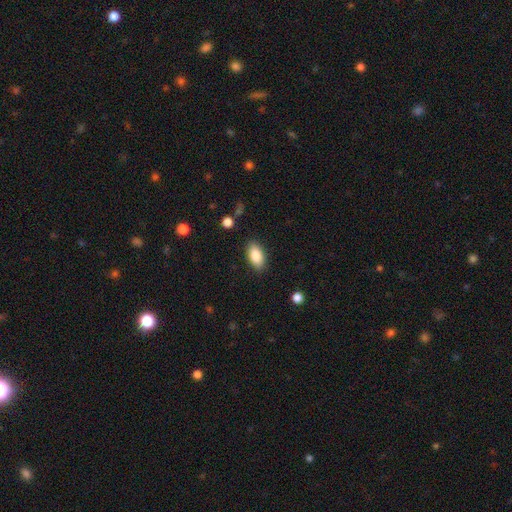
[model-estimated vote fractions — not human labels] smooth-or-featured: smooth: 85% | featured or disk: 8% | star or artifact: 7%
  how-rounded: in between: 91% | cigar-shaped: 5% | round: 4%
  merging: none: 87% | minor disturbance: 9% | major disturbance: 2% | merger: 1%